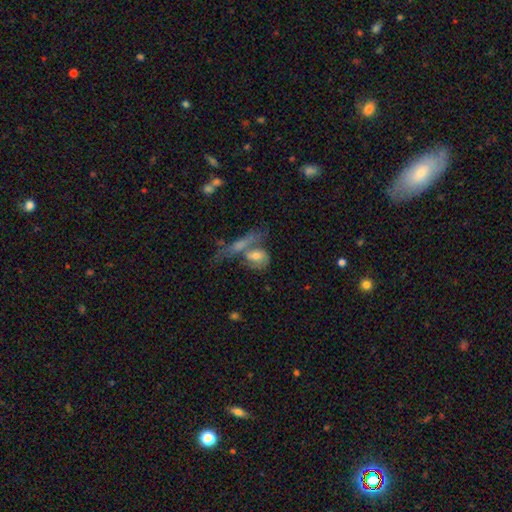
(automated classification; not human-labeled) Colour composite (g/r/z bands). It shows a featured or disk galaxy (46%). Merging: merger (48%).